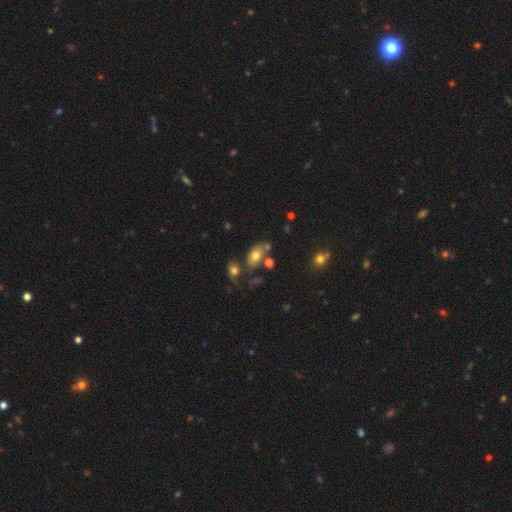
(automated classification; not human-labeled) smooth 70%, featured or disk 20%, star or artifact 10%. Down the decision tree: how rounded — in between (87%); merging — none (57%).